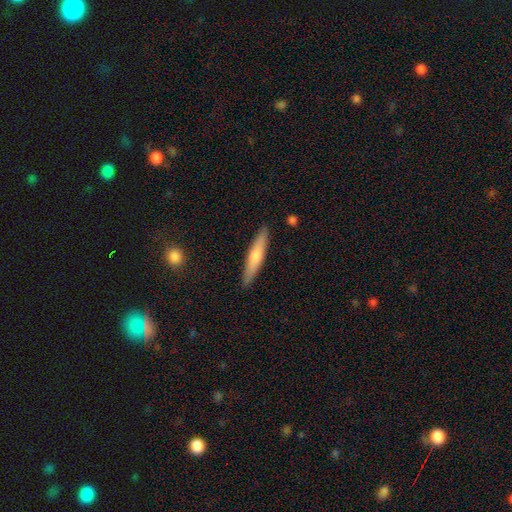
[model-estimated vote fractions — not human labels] The model was most divided on "smooth or featured": smooth: 63%, featured or disk: 32%, star or artifact: 5%. More confident: merging — none (89%); how rounded — cigar-shaped (88%).